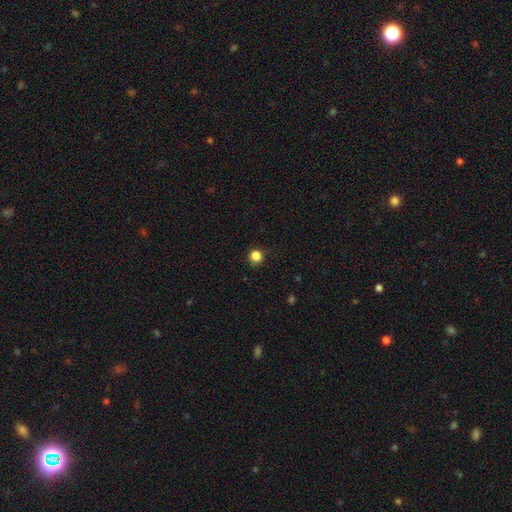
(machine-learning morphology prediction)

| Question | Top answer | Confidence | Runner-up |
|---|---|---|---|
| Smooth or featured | smooth | 84% | star or artifact (12%) |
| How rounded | round | 95% | in between (4%) |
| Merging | none | 89% | minor disturbance (8%) |